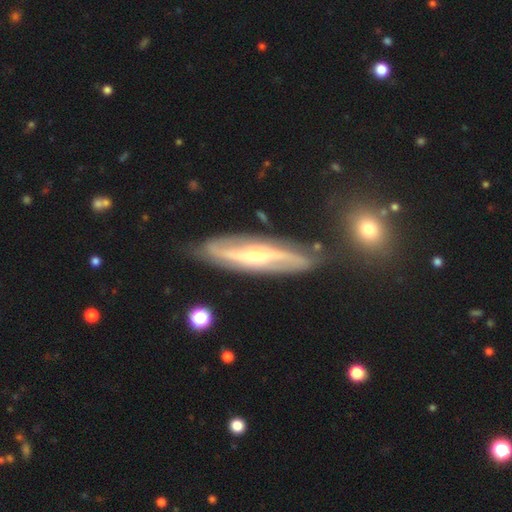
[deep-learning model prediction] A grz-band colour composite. It shows a featured or disk galaxy (85%) with no bar (39%), 2 (84%) medium (42%) spiral arms (93%) and a small central bulge (55%). Merging: none (80%).